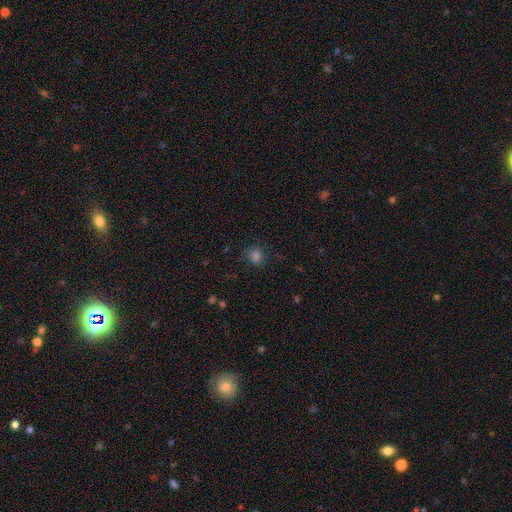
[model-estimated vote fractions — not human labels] Smooth or featured: smooth — 76% (star or artifact — 18%)
How rounded: round — 78% (in between — 21%)
Merging: none — 77% (minor disturbance — 16%)